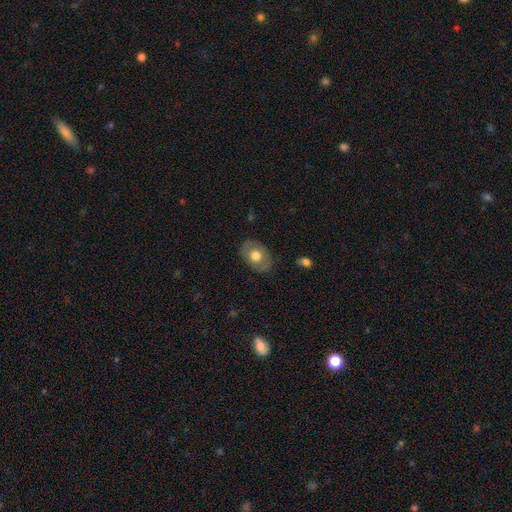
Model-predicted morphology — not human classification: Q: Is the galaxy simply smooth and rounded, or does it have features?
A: smooth — 60%.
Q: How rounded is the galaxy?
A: in between — 73%.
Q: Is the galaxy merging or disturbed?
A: none — 80%.